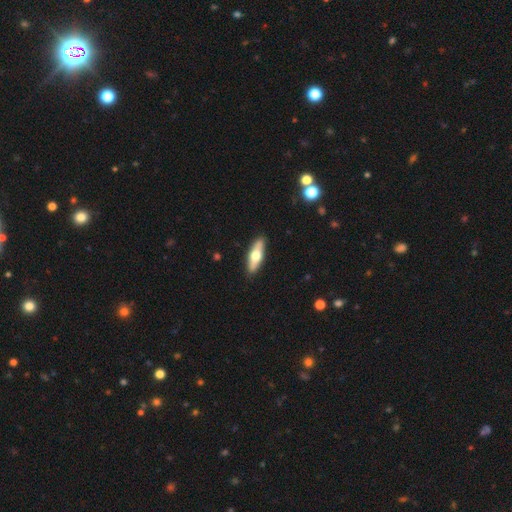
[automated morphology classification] Smooth or featured: smooth — 51% (featured or disk — 44%)
How rounded: cigar-shaped — 52% (in between — 46%)
Merging: none — 89% (minor disturbance — 8%)